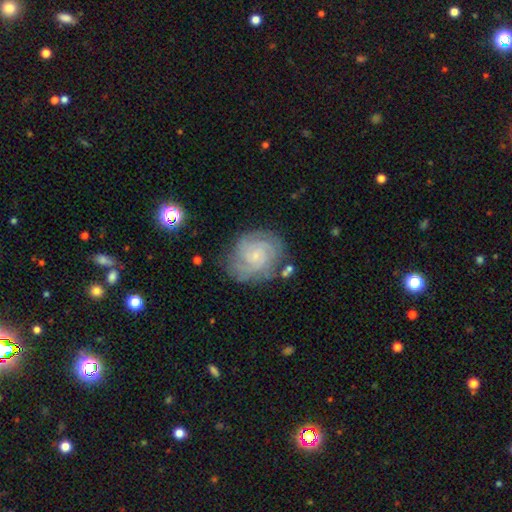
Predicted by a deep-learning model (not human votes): A featured or disk galaxy (82%) with no bar (72%), can't tell (26%, tied with 3) tight (70%) spiral arms (96%) and a small central bulge (81%). Merging: none (74%).